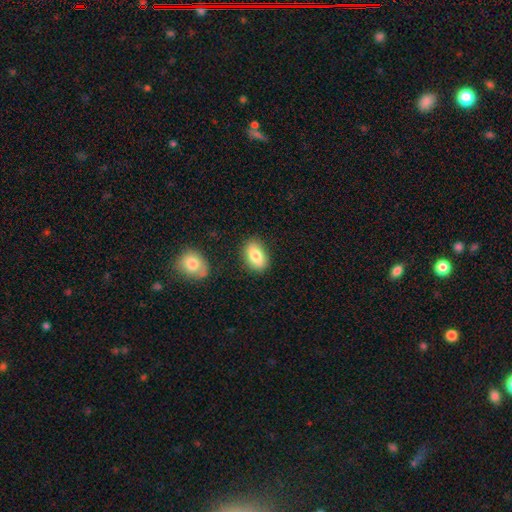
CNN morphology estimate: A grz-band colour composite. It shows a smooth galaxy with no disk features (80%) that is in between round and cigar-shaped (87%). Merging: none (84%).